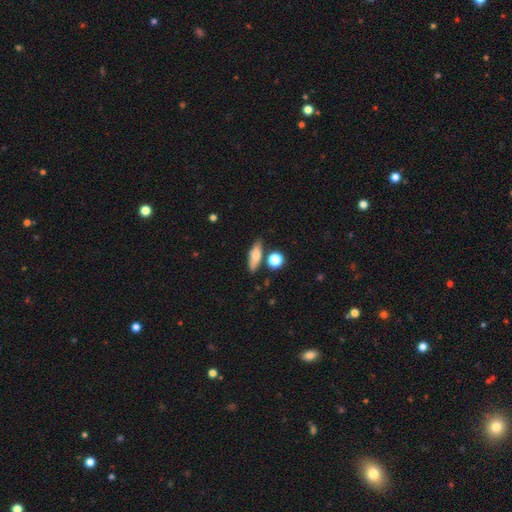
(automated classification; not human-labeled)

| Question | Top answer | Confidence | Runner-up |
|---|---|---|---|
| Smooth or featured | smooth | 70% | featured or disk (22%) |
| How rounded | in between | 47% | cigar-shaped (45%) |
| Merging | none | 75% | minor disturbance (13%) |